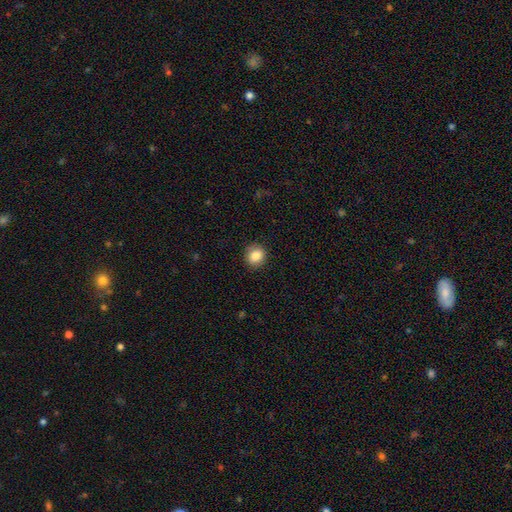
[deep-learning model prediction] This appears to be a smooth galaxy with no disk features (85%) that is round (84%). Merging: none (90%).